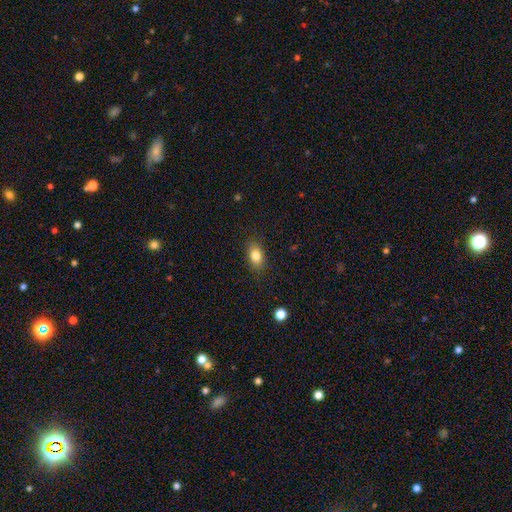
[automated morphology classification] Smooth or featured? Predicted: smooth (p=0.82). How rounded? Predicted: in between (p=0.83). Merging? Predicted: none (p=0.85).